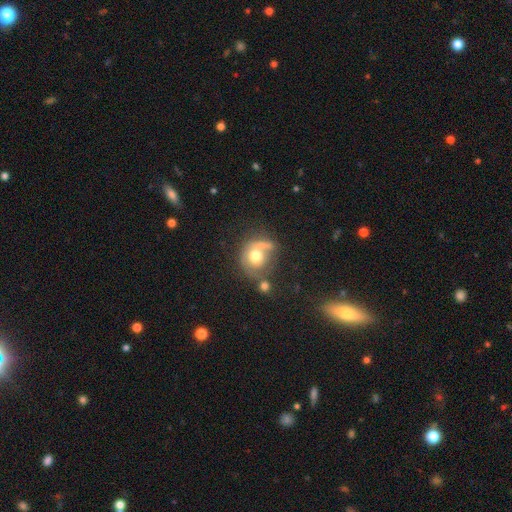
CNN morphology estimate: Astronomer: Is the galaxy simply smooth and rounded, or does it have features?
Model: smooth — 60%.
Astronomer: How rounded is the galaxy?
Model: round — 80%.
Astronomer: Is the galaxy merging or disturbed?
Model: none — 37% (runner-up: merger, 27%).